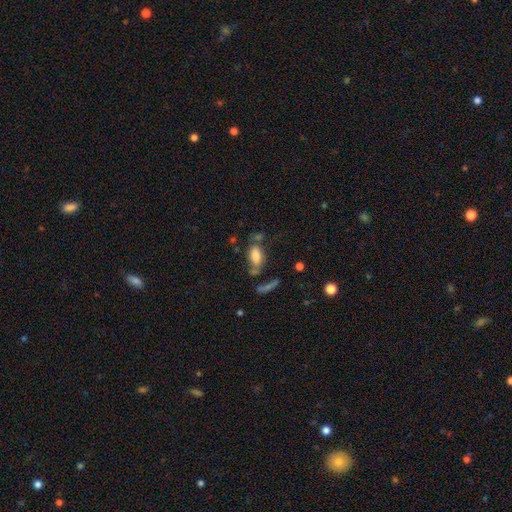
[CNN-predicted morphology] Q: Smooth or featured?
A: smooth (73%); runner-up: featured or disk (17%)
Q: How rounded?
A: in between (86%); runner-up: cigar-shaped (10%)
Q: Merging?
A: none (45%); runner-up: minor disturbance (20%)